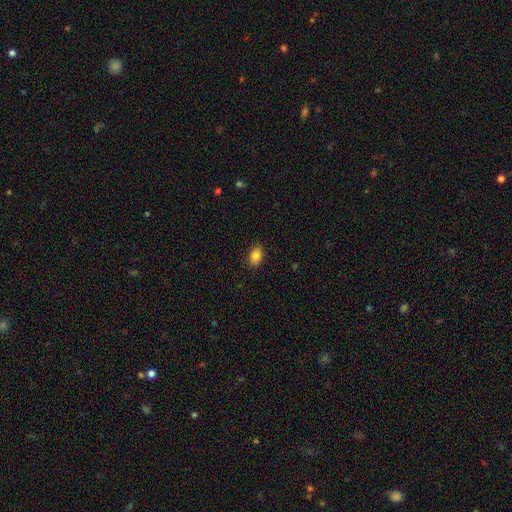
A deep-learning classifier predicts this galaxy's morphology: A smooth galaxy with no disk features (85%) that is in between round and cigar-shaped (83%).

Vote fractions:
- Smooth or featured? smooth: 85% / star or artifact: 9% / featured or disk: 6%
- How rounded? in between: 83% / round: 16% / cigar-shaped: 2%
- Merging? none: 88% / minor disturbance: 9% / major disturbance: 2% / merger: 1%